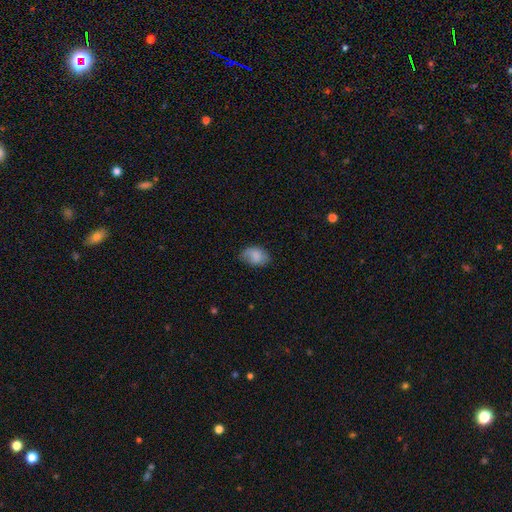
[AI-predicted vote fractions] This is clearly a smooth galaxy (81%). How rounded: clearly in between (83%). Merging: likely none (66%).